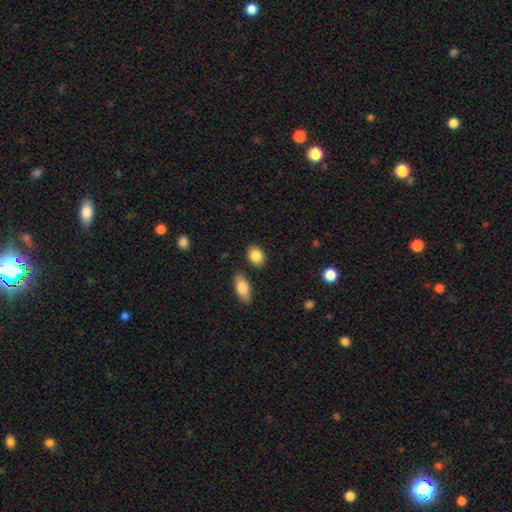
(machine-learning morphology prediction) smooth 86%, star or artifact 7%, featured or disk 6%. Down the decision tree: how rounded — in between (61%); merging — none (83%).